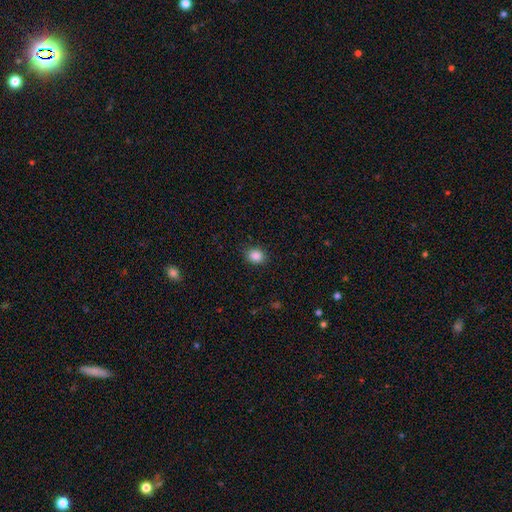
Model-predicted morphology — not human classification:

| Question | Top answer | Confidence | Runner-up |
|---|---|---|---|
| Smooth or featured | smooth | 87% | star or artifact (10%) |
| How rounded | round | 58% | in between (41%) |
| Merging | none | 88% | minor disturbance (9%) |